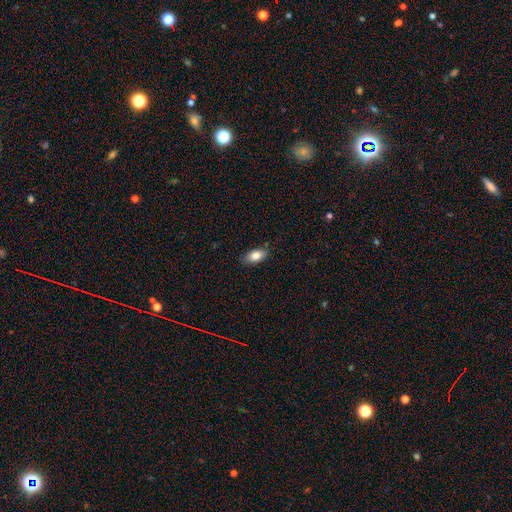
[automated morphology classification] The model was most divided on "merging": none: 84%, minor disturbance: 12%, major disturbance: 2%, merger: 1%. More confident: how rounded — in between (91%); smooth or featured — smooth (83%).